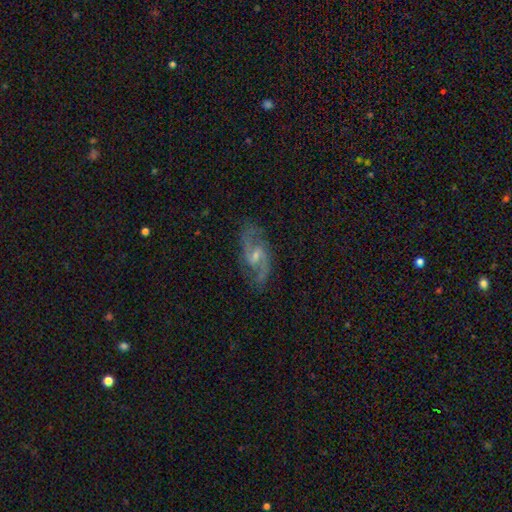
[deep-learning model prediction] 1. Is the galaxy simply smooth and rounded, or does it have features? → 87% featured or disk, 6% smooth, 6% star or artifact.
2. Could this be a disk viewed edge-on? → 96% no, 4% yes.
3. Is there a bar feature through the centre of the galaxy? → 57% weak, 29% no, 14% strong.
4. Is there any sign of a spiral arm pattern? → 97% yes, 3% no.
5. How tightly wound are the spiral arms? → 52% medium, 35% loose, 13% tight.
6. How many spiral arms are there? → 92% 2, 3% can't tell, 2% 3, 1% 1, 1% 4, 1% more than 4.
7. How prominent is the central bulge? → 57% small, 35% moderate, 6% none, 2% large, 1% dominant.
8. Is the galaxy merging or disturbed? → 80% none, 13% minor disturbance, 5% major disturbance, 1% merger.